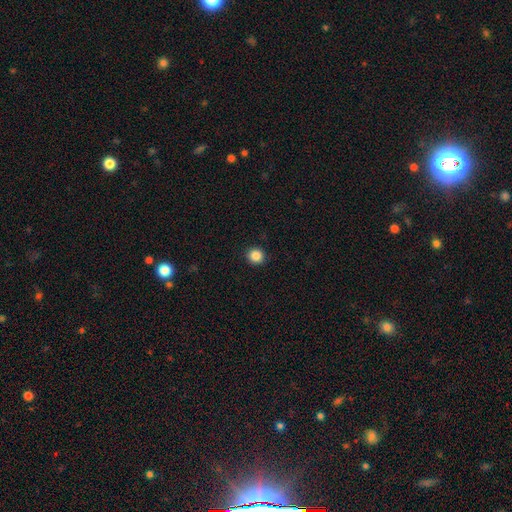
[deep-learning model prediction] This appears to be a smooth galaxy with no disk features (87%) that is round (92%). Merging: none (93%).